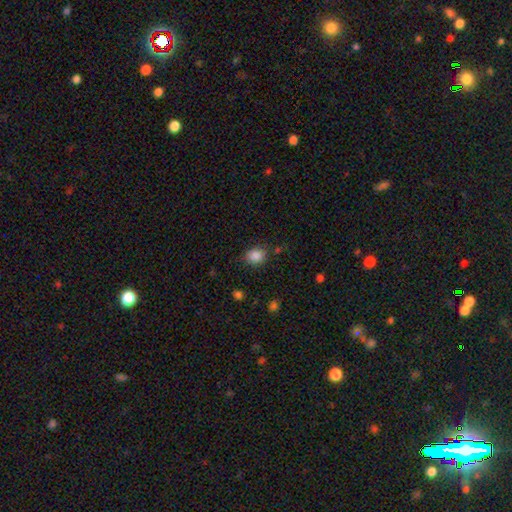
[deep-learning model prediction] Q: Smooth or featured?
A: smooth (86%); runner-up: star or artifact (10%)
Q: How rounded?
A: round (57%); runner-up: in between (42%)
Q: Merging?
A: none (78%); runner-up: minor disturbance (15%)